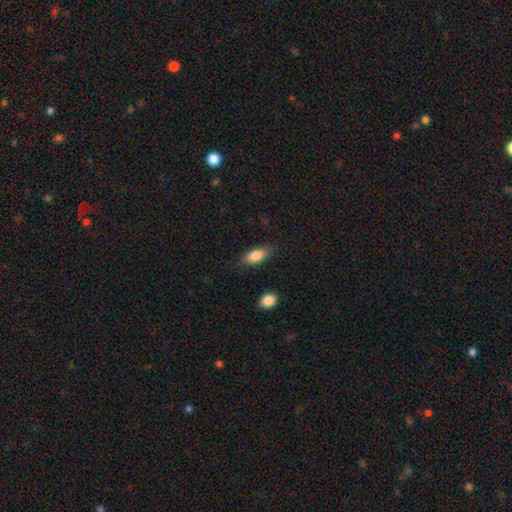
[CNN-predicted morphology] The model was most divided on "merging": none: 76%, minor disturbance: 18%, major disturbance: 4%, merger: 2%. More confident: smooth or featured — smooth (85%); how rounded — in between (84%).